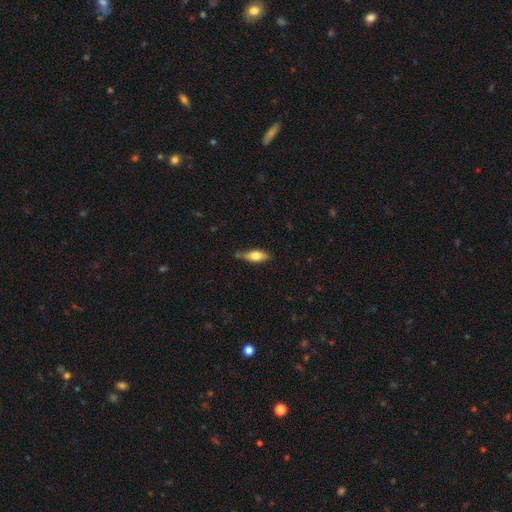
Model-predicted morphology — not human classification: Smooth or featured: smooth — 66% (featured or disk — 27%)
How rounded: in between — 65% (cigar-shaped — 32%)
Merging: none — 68% (minor disturbance — 23%)